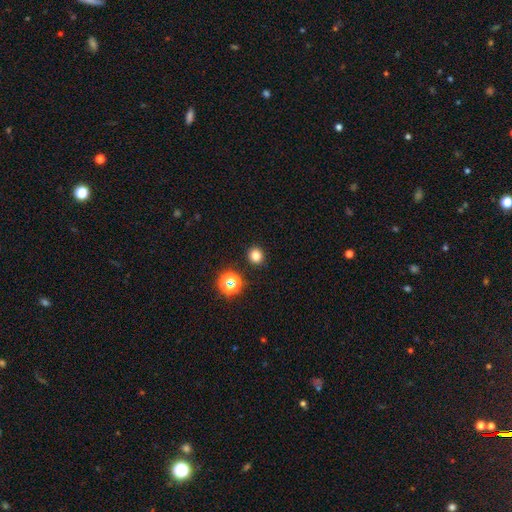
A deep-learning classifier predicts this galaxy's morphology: smooth 79%, star or artifact 16%, featured or disk 5%. Down the decision tree: how rounded — round (86%); merging — none (91%).